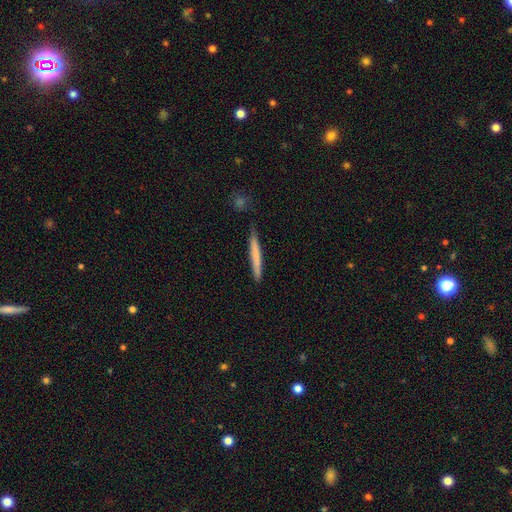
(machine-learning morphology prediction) smooth_or_featured: smooth (p=0.68) [alt: featured or disk p=0.27]
how_rounded: cigar-shaped (p=0.96) [alt: in between p=0.02]
merging: none (p=0.84) [alt: minor disturbance p=0.12]